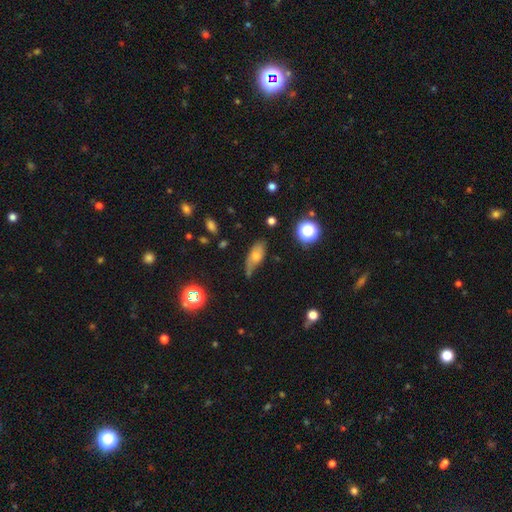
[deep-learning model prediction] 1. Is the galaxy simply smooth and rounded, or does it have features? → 65% smooth, 24% featured or disk, 11% star or artifact.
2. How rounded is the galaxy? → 82% in between, 14% cigar-shaped, 5% round.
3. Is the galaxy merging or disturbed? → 45% none, 38% minor disturbance, 13% major disturbance, 5% merger.